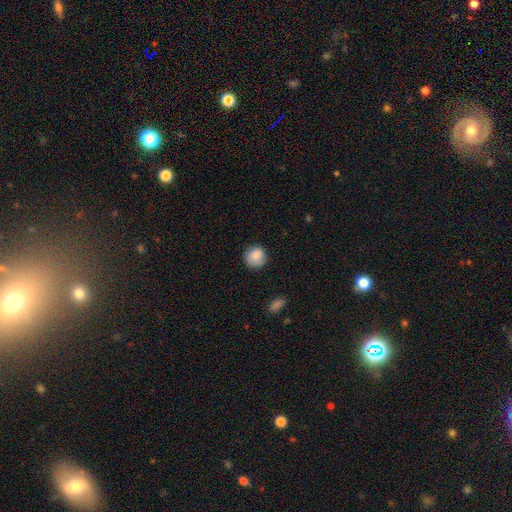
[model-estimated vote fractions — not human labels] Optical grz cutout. It shows a smooth galaxy with no disk features (84%) that is round (91%). Merging: none (81%).